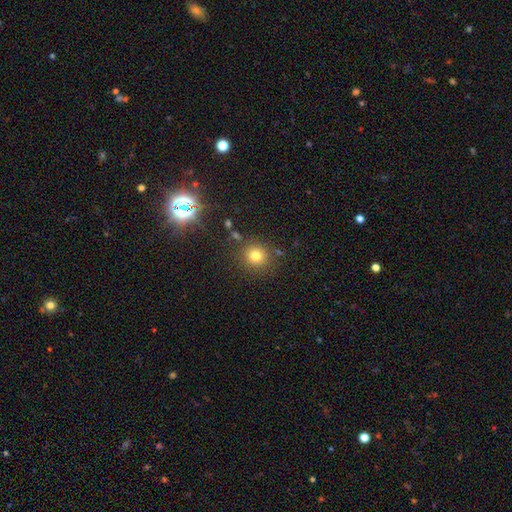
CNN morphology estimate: Overall: smooth (76%). How rounded: round (90%). Merging: none (83%).